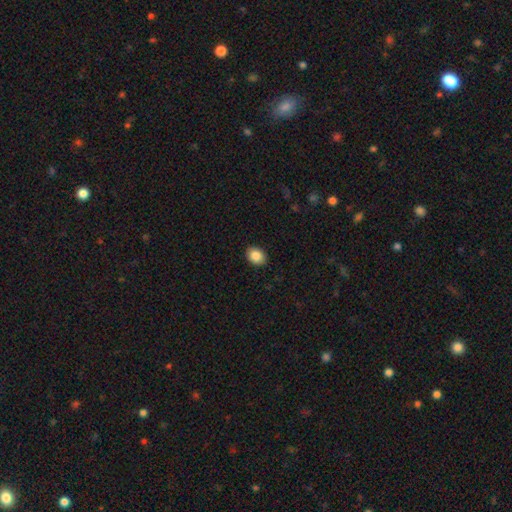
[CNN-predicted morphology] This appears to be a smooth galaxy with no disk features (87%) that is in between round and cigar-shaped (64%). Merging: none (90%).